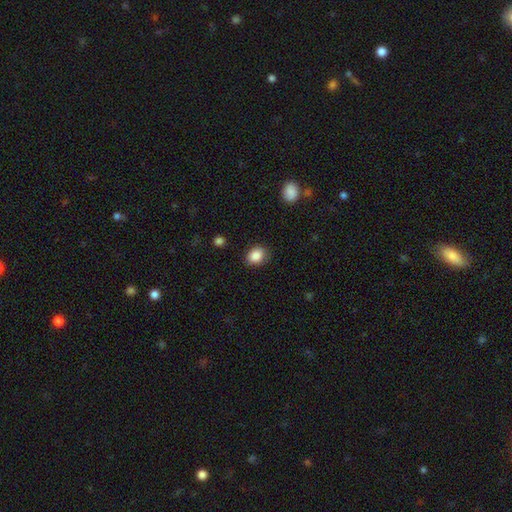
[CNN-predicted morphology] A smooth galaxy with no disk features (87%) that is in between round and cigar-shaped (53%).

Vote fractions:
- Smooth or featured? smooth: 87% / star or artifact: 9% / featured or disk: 4%
- How rounded? in between: 53% / round: 46% / cigar-shaped: 1%
- Merging? none: 83% / minor disturbance: 12% / major disturbance: 3% / merger: 1%